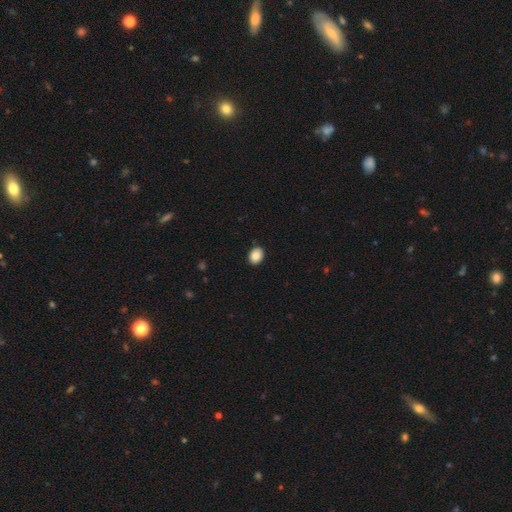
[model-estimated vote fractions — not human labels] Smooth or featured?
  - smooth: 86% *
  - star or artifact: 8%
  - featured or disk: 6%
How rounded?
  - in between: 65% *
  - round: 34%
  - cigar-shaped: 1%
Merging?
  - none: 90% *
  - minor disturbance: 7%
  - major disturbance: 2%
  - merger: 1%